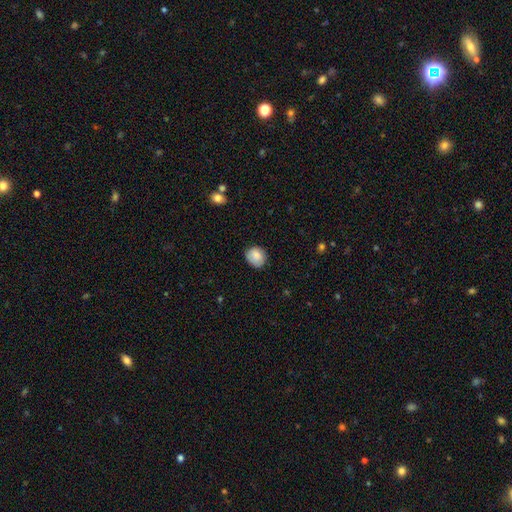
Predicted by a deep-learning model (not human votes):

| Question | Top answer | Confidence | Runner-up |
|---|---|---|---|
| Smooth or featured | smooth | 83% | featured or disk (10%) |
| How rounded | round | 76% | in between (23%) |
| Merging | none | 79% | minor disturbance (17%) |